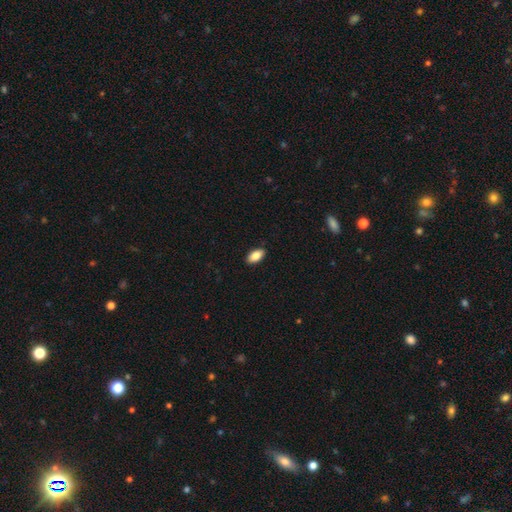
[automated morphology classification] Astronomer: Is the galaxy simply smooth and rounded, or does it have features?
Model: smooth — 86%.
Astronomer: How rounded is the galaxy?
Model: in between — 92%.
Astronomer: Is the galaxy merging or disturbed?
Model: none — 89%.